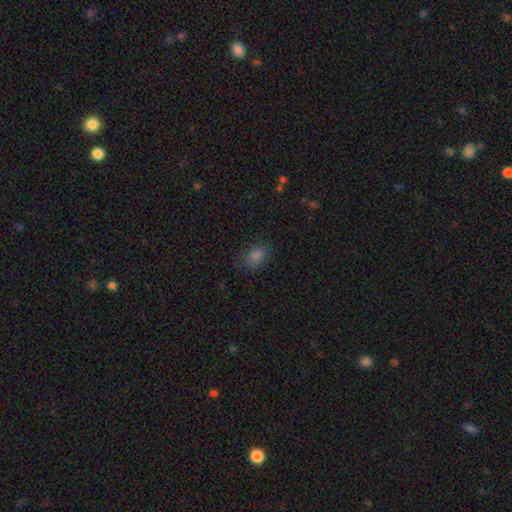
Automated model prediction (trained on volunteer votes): smooth 79%, star or artifact 15%, featured or disk 7%. Down the decision tree: how rounded — in between (80%); merging — none (84%).